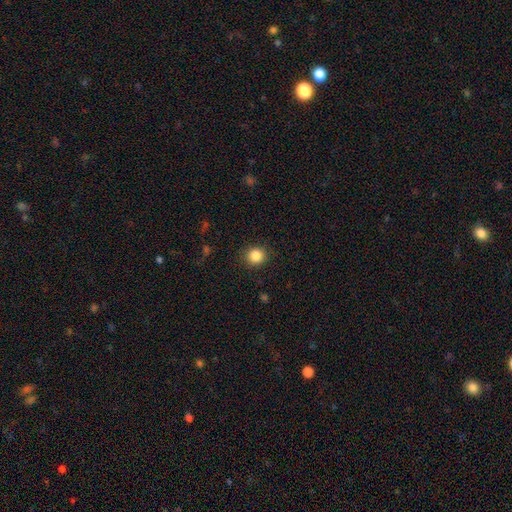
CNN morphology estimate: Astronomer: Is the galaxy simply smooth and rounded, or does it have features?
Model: smooth — 85%.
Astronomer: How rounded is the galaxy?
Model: round — 87%.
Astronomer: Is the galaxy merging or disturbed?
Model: none — 90%.